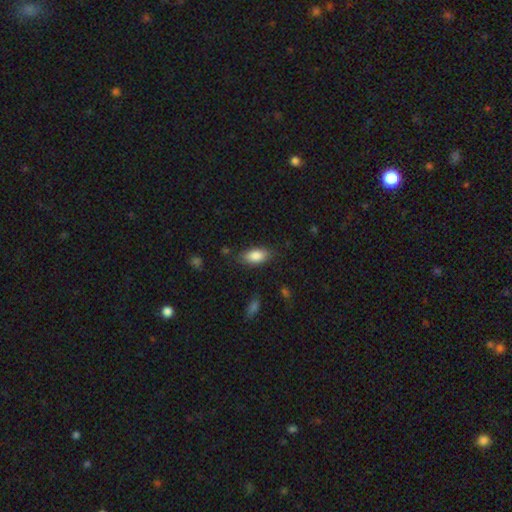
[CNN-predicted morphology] A smooth galaxy with no disk features (84%) that is in between round and cigar-shaped (88%).

Vote fractions:
- Smooth or featured? smooth: 84% / featured or disk: 9% / star or artifact: 7%
- How rounded? in between: 88% / cigar-shaped: 9% / round: 3%
- Merging? none: 80% / minor disturbance: 15% / major disturbance: 4% / merger: 2%